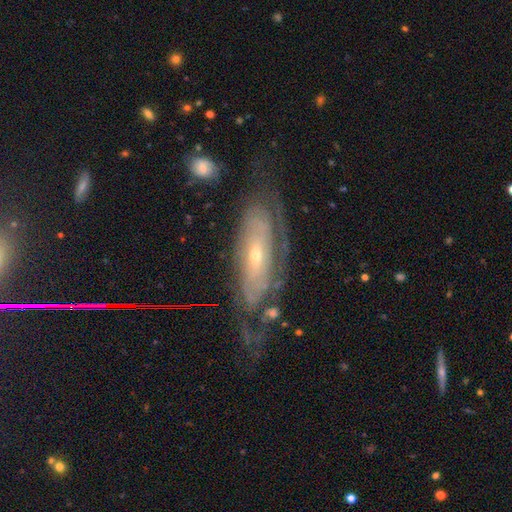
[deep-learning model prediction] Smooth or featured?
  - featured or disk: 81% *
  - smooth: 12%
  - star or artifact: 8%
Edge-on disk?
  - no: 84% *
  - yes: 16%
Bar?
  - no: 66% *
  - weak: 23%
  - strong: 11%
Spiral arms?
  - yes: 86% *
  - no: 14%
Spiral winding?
  - tight: 69% *
  - medium: 23%
  - loose: 8%
Spiral arm count?
  - can't tell: 54% *
  - 2: 24%
  - 3: 8%
  - 4: 5%
  - 1: 5%
  - more than 4: 4%
Bulge size?
  - small: 68% *
  - moderate: 28%
  - large: 2%
  - none: 1%
  - dominant: 1%
Merging?
  - none: 63% *
  - minor disturbance: 21%
  - major disturbance: 14%
  - merger: 2%